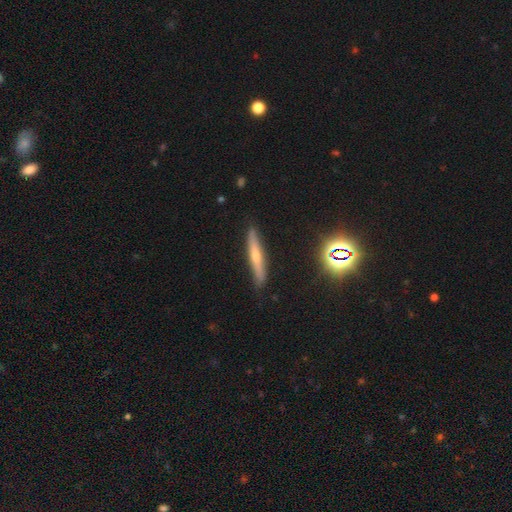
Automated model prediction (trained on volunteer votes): Smooth or featured: featured or disk — 49% (smooth — 40%)
Merging: none — 88% (minor disturbance — 9%)